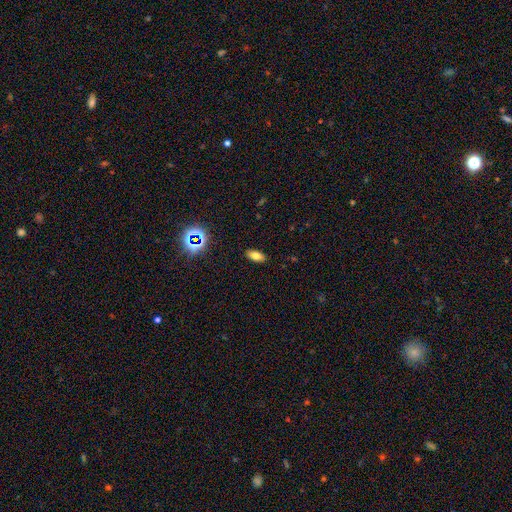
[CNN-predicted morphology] A smooth galaxy with no disk features (74%) that is in between round and cigar-shaped (87%).

Vote fractions:
- Smooth or featured? smooth: 74% / star or artifact: 15% / featured or disk: 11%
- How rounded? in between: 87% / cigar-shaped: 8% / round: 5%
- Merging? none: 89% / minor disturbance: 8% / major disturbance: 2% / merger: 1%